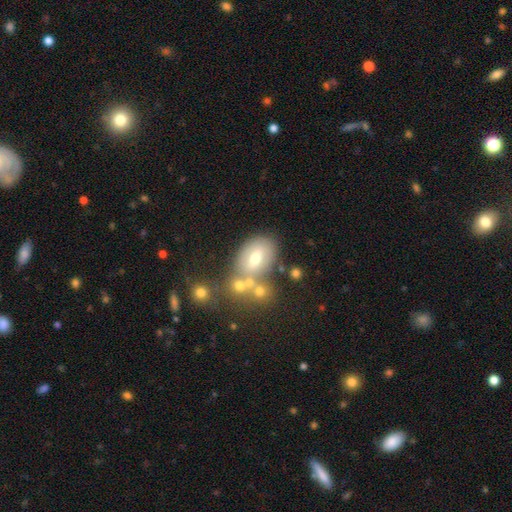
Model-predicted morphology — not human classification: This is possibly a smooth galaxy (50%). How rounded: likely in between (63%). Merging: marginally none (43%).